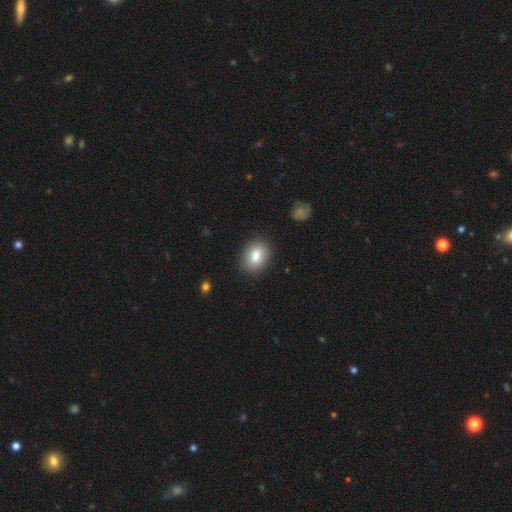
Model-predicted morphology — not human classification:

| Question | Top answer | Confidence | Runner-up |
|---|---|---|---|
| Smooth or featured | smooth | 83% | featured or disk (9%) |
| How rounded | in between | 68% | round (31%) |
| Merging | none | 85% | minor disturbance (10%) |